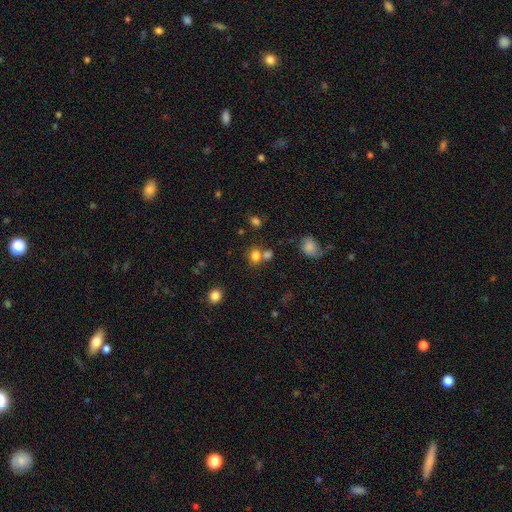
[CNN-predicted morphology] Q: Smooth or featured?
A: smooth (78%); runner-up: star or artifact (14%)
Q: How rounded?
A: round (60%); runner-up: in between (39%)
Q: Merging?
A: none (53%); runner-up: merger (32%)